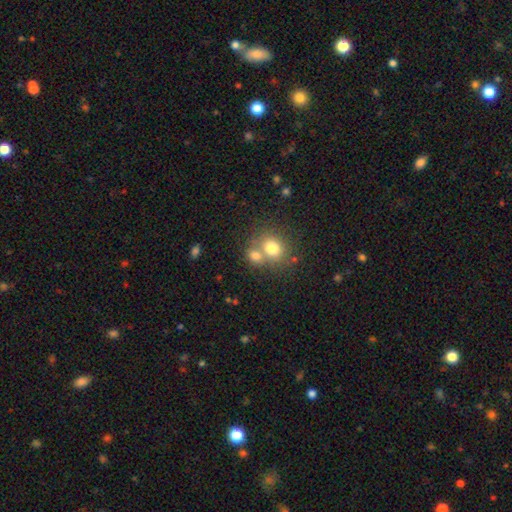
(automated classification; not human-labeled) This appears to be a smooth galaxy with no disk features (75%) that is round (66%). Merging: merger (51%).